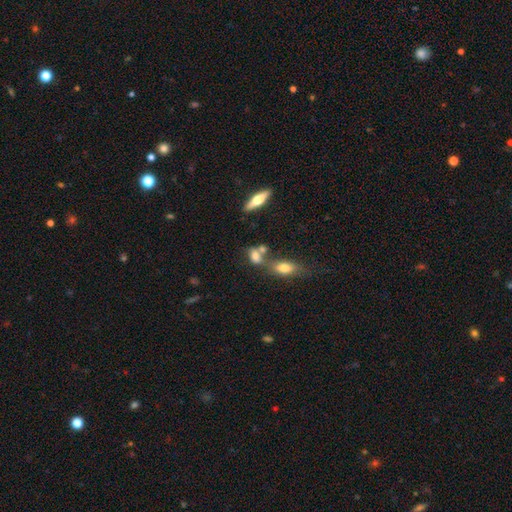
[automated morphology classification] A smooth galaxy with no disk features (71%) that is in between round and cigar-shaped (75%). Merging: none (43%).